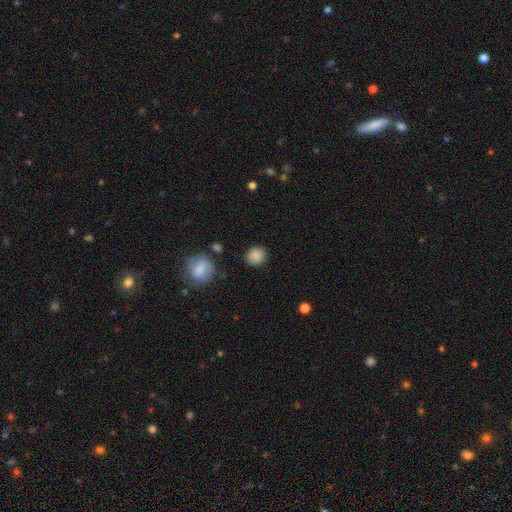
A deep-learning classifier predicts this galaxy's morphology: A smooth galaxy with no disk features (87%) that is round (85%). Merging: none (86%).